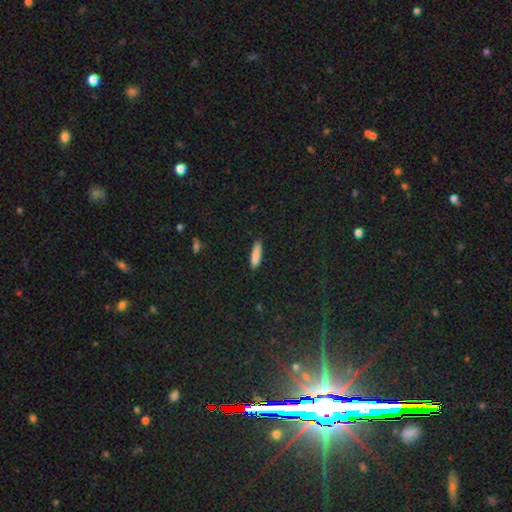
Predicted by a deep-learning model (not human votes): Smooth or featured? smooth (86%)
How rounded? cigar-shaped (74%)
Merging? none (85%)